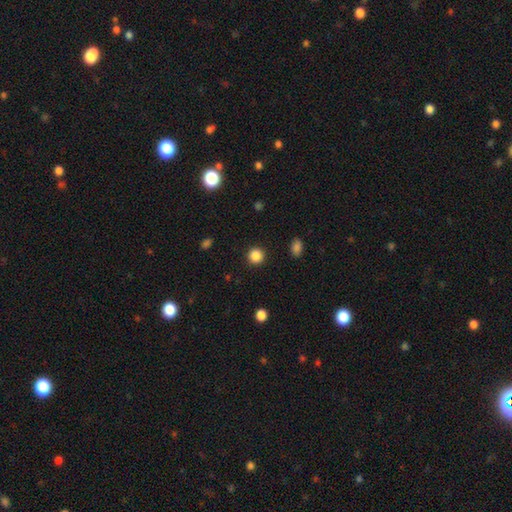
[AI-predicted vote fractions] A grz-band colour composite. It shows a smooth galaxy with no disk features (87%) that is round (94%). Merging: none (92%).